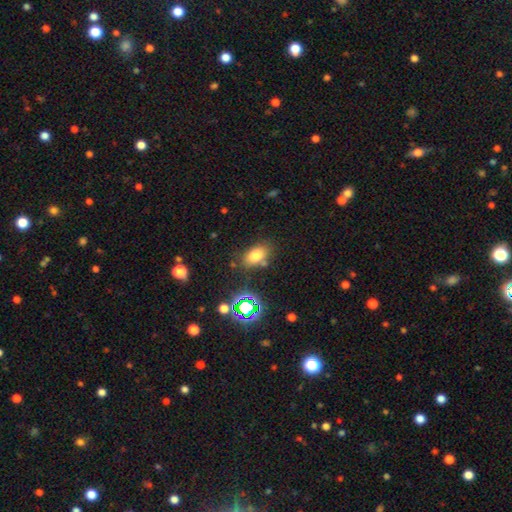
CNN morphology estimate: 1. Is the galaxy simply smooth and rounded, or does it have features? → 74% smooth, 16% star or artifact, 10% featured or disk.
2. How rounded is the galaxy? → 85% in between, 12% round, 3% cigar-shaped.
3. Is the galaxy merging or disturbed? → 74% none, 14% minor disturbance, 7% merger, 5% major disturbance.